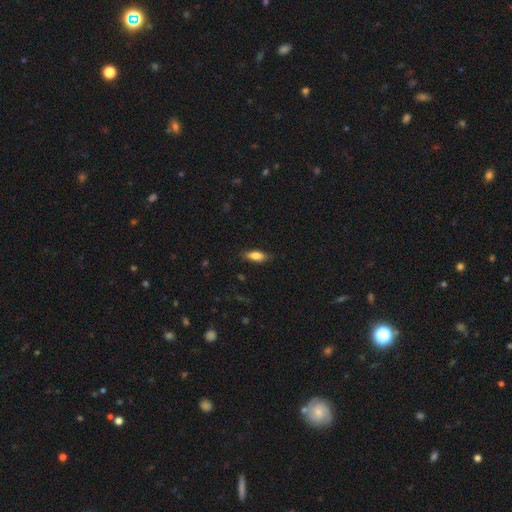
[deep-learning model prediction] Smooth or featured? Predicted: smooth (p=0.77). How rounded? Predicted: in between (p=0.71). Merging? Predicted: none (p=0.81).